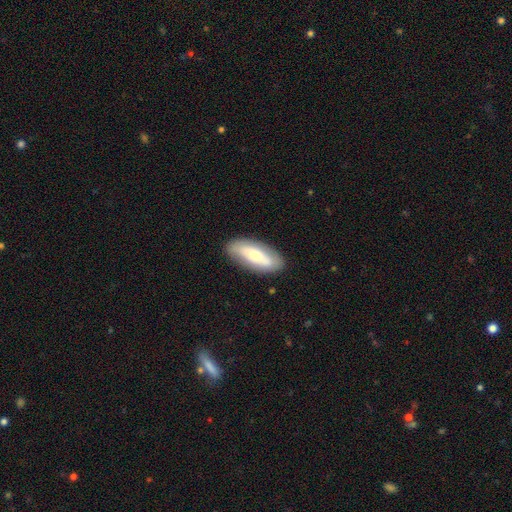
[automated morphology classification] The model was most divided on "smooth or featured": smooth: 55%, featured or disk: 39%, star or artifact: 6%. More confident: merging — none (84%); how rounded — in between (73%).